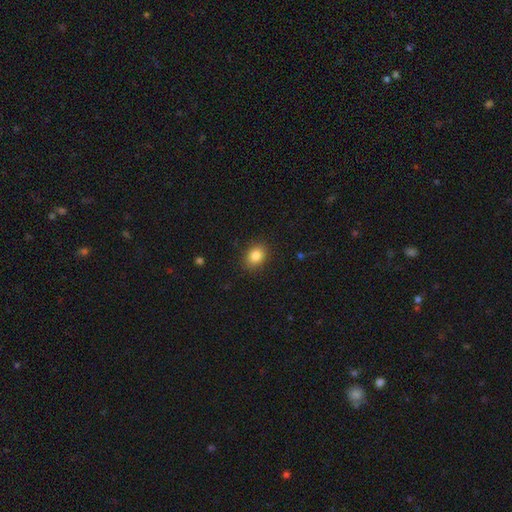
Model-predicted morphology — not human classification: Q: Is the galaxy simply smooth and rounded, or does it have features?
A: smooth — 84%.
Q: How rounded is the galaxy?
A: in between — 57%.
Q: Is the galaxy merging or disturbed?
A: none — 87%.